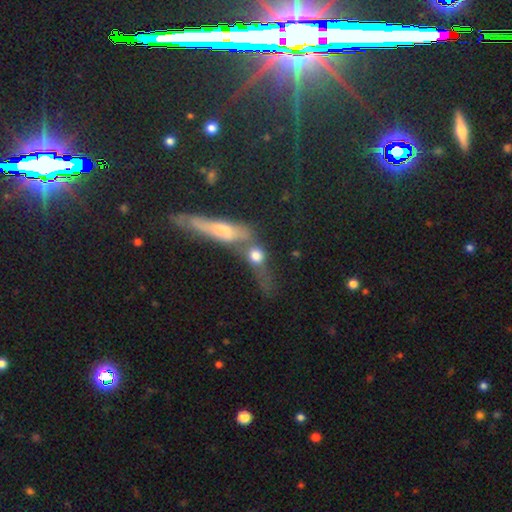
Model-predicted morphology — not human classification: The model was most divided on "how rounded": round: 40%, in between: 37%, cigar-shaped: 23%. Remaining: smooth or featured — smooth (61%); merging — merger (49%).